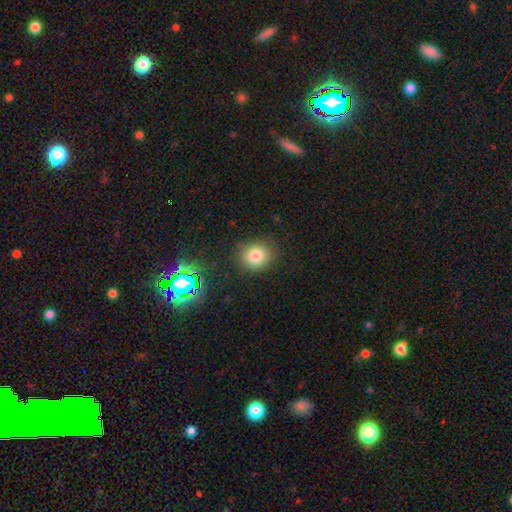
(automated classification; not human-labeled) This is likely a smooth galaxy (79%). How rounded: likely round (70%). Merging: clearly none (83%).